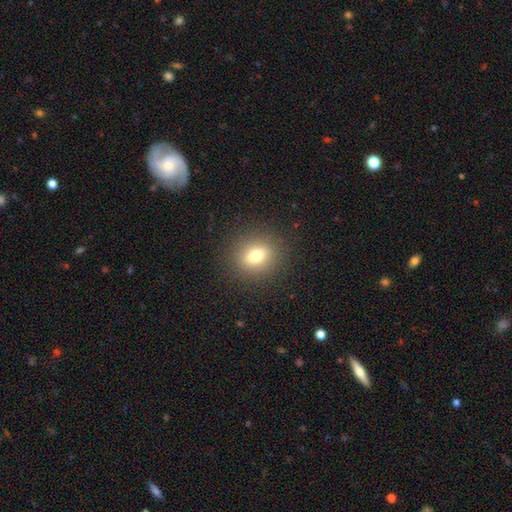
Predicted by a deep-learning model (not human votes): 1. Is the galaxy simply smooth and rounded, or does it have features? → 72% smooth, 14% featured or disk, 13% star or artifact.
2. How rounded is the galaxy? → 71% round, 27% in between, 1% cigar-shaped.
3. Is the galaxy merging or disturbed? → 88% none, 7% minor disturbance, 3% major disturbance, 1% merger.